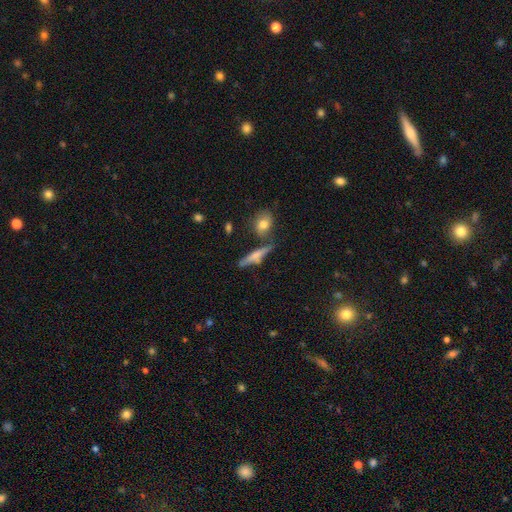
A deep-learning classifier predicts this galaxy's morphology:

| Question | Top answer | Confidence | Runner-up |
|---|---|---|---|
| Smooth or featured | featured or disk | 46% | tied: smooth (46%) |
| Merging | none | 69% | minor disturbance (15%) |